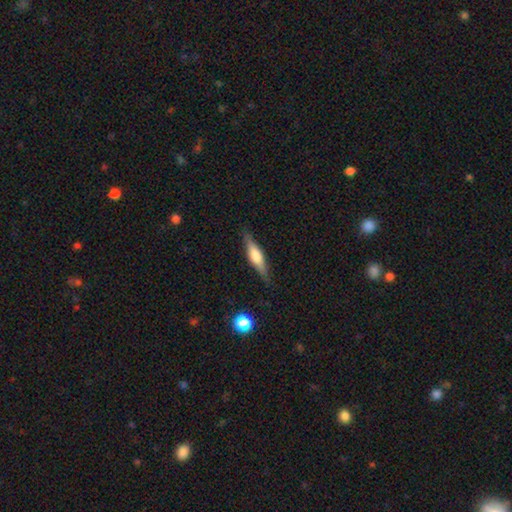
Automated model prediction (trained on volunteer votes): Q: Smooth or featured?
A: featured or disk (52%); runner-up: smooth (42%)
Q: Edge-on disk?
A: yes (94%); runner-up: no (6%)
Q: Merging?
A: none (86%); runner-up: minor disturbance (11%)